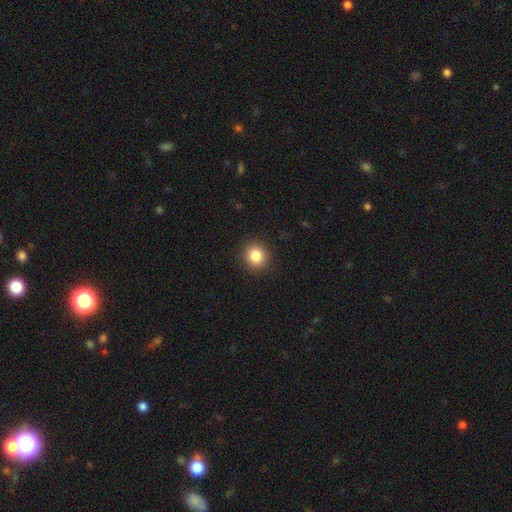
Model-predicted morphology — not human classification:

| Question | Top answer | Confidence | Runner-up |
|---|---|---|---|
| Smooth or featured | smooth | 84% | star or artifact (11%) |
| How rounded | round | 87% | in between (12%) |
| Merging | none | 91% | minor disturbance (6%) |